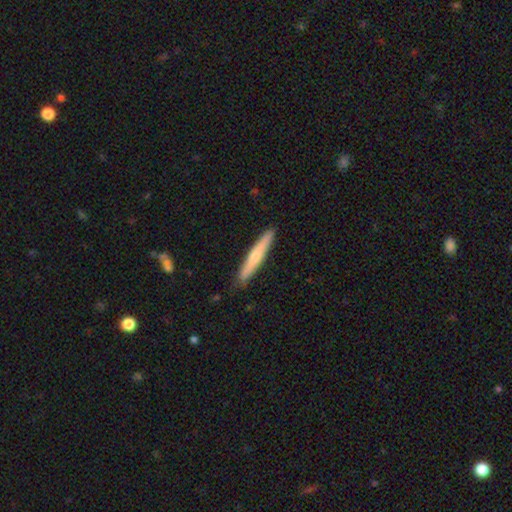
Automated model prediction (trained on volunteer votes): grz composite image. It shows a smooth galaxy with no disk features (58%) that is cigar-shaped (95%). Merging: none (89%).